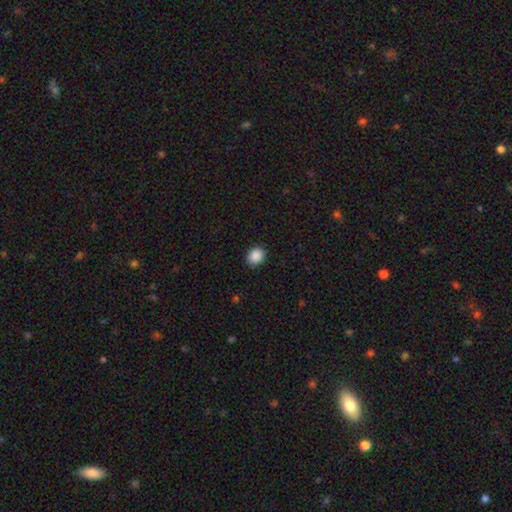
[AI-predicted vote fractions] This appears to be a smooth galaxy with no disk features (89%) that is round (58%). Merging: none (89%).